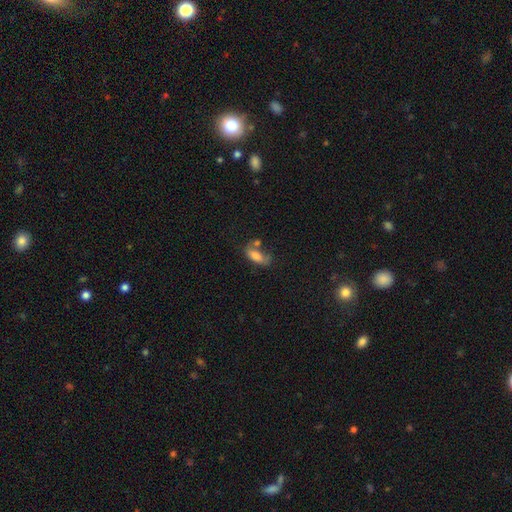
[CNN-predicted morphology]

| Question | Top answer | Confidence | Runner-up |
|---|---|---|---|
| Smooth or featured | smooth | 75% | featured or disk (16%) |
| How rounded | in between | 81% | cigar-shaped (14%) |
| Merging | none | 34% | merger (28%) |